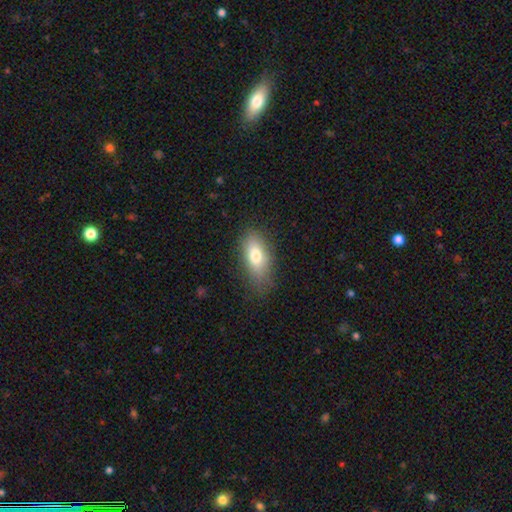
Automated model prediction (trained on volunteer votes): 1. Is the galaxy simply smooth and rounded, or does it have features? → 74% smooth, 18% featured or disk, 9% star or artifact.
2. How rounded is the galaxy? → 83% in between, 11% cigar-shaped, 6% round.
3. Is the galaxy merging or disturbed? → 74% none, 18% minor disturbance, 6% major disturbance, 1% merger.